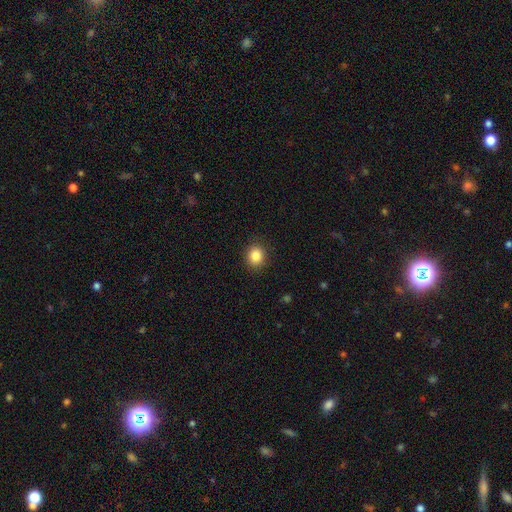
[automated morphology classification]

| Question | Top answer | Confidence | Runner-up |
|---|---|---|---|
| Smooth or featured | smooth | 85% | star or artifact (10%) |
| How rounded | round | 77% | in between (22%) |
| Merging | none | 90% | minor disturbance (7%) |